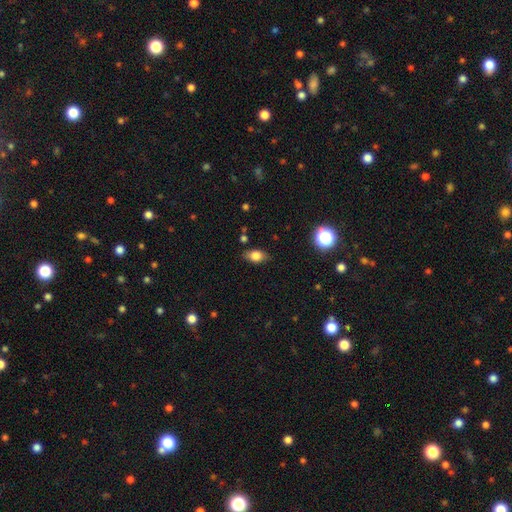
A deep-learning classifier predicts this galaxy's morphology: This appears to be a smooth galaxy with no disk features (77%) that is in between round and cigar-shaped (82%). Merging: none (82%).